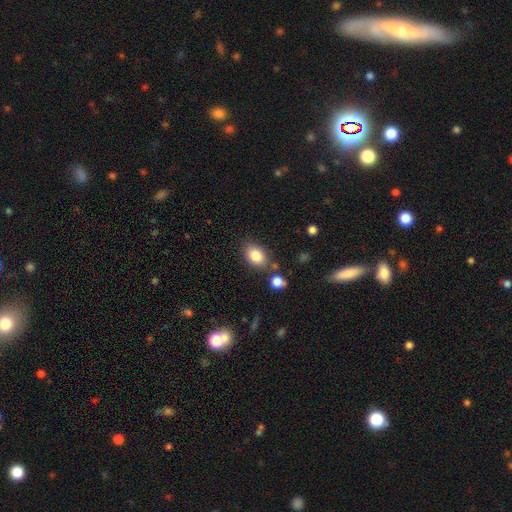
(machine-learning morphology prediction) type=smooth (83%); roundness=in between (79%); merging=none (75%).